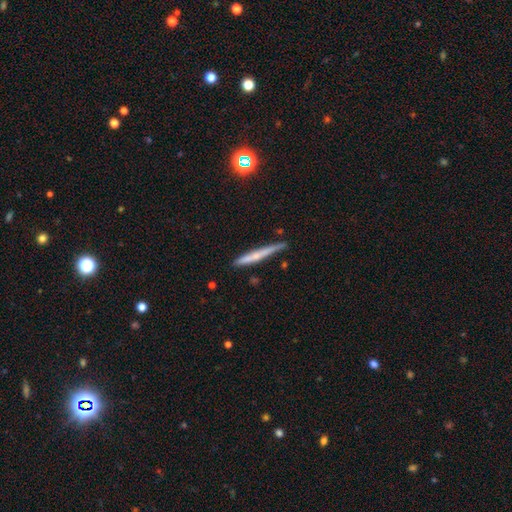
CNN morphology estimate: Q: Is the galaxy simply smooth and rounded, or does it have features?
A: smooth — 50%.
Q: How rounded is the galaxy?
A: cigar-shaped — 96%.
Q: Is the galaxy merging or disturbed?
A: none — 78%.